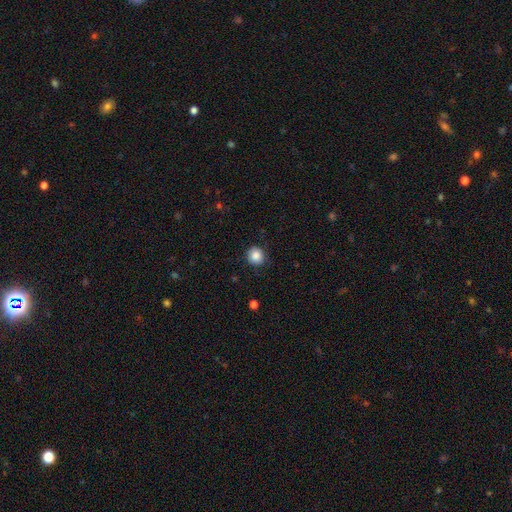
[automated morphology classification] Overall: smooth (86%). How rounded: round (90%). Merging: none (84%).